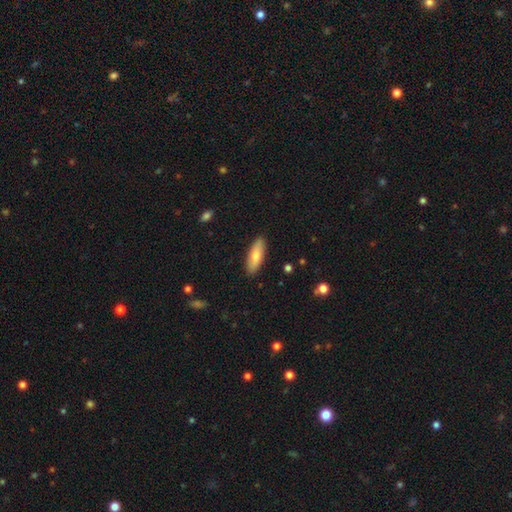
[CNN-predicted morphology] A smooth galaxy with no disk features (79%) that is in between round and cigar-shaped (64%). Merging: none (89%).